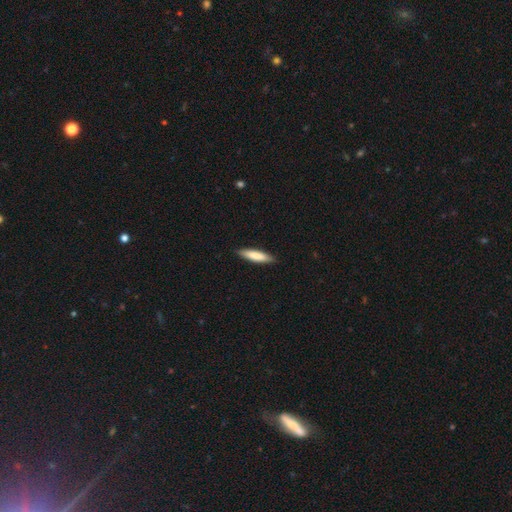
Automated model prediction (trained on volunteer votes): Smooth or featured: smooth — 80% (featured or disk — 15%)
How rounded: cigar-shaped — 78% (in between — 21%)
Merging: none — 89% (minor disturbance — 9%)